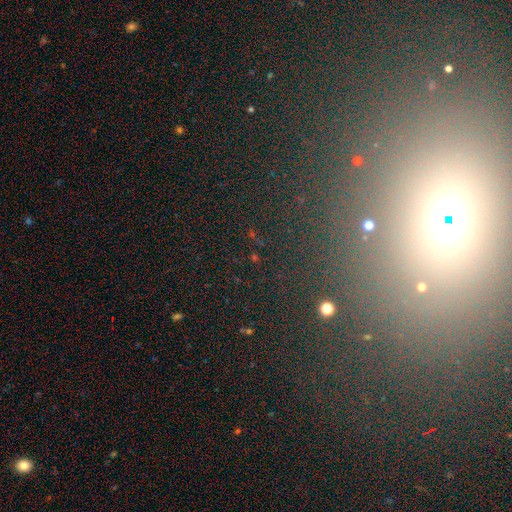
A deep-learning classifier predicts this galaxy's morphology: Smooth or featured? star or artifact (52%)